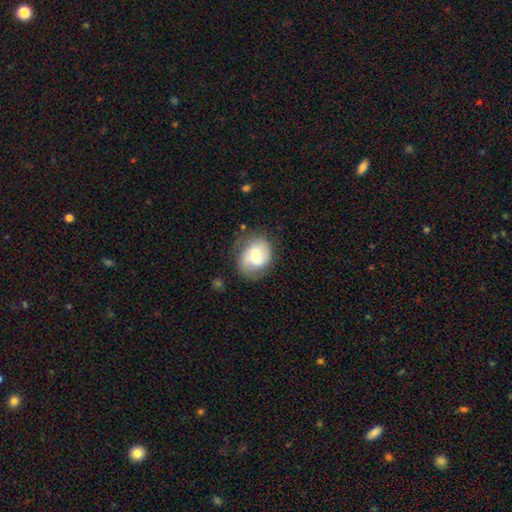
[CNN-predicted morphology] smooth_or_featured: smooth (p=0.46) [tied with: featured or disk p=0.46]
merging: none (p=0.61) [alt: minor disturbance p=0.25]